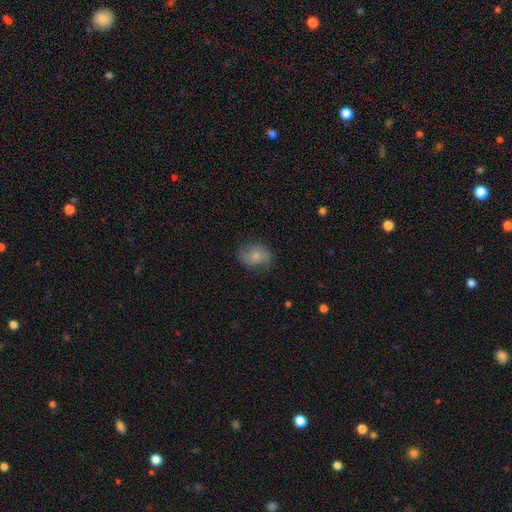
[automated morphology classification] smooth 65%, featured or disk 26%, star or artifact 8%. Down the decision tree: how rounded — in between (57%); merging — none (74%).